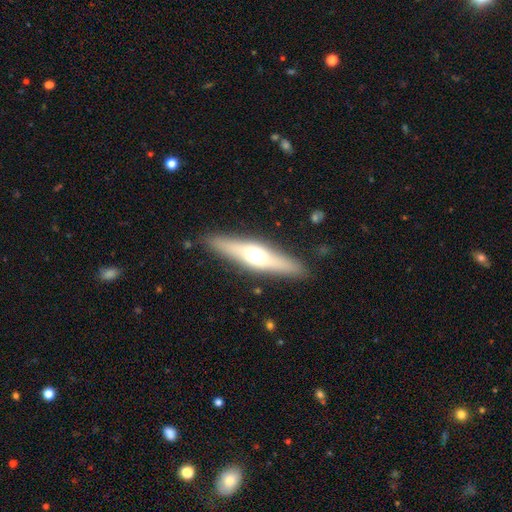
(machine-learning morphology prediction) featured or disk 54%, smooth 41%, star or artifact 6%. Down the decision tree: edge-on disk — yes (88%); merging — none (89%).